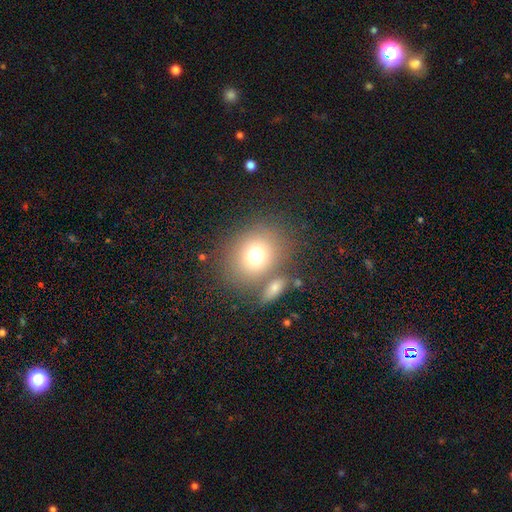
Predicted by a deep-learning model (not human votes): The model was most divided on "how rounded": round: 67%, in between: 32%, cigar-shaped: 1%. More confident: smooth or featured — smooth (73%); merging — none (65%).